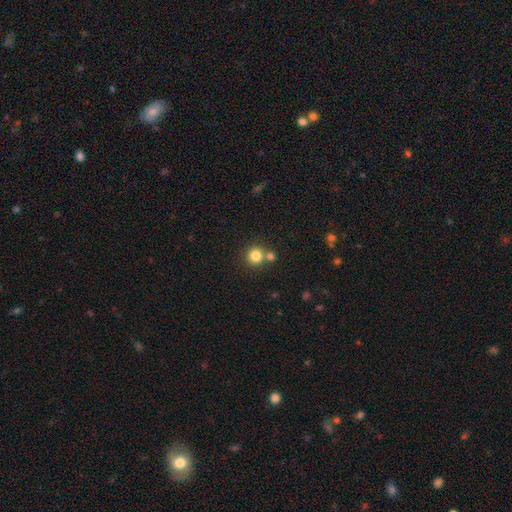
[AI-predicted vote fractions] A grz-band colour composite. It shows a smooth galaxy with no disk features (82%) that is round (91%). Merging: none (66%).